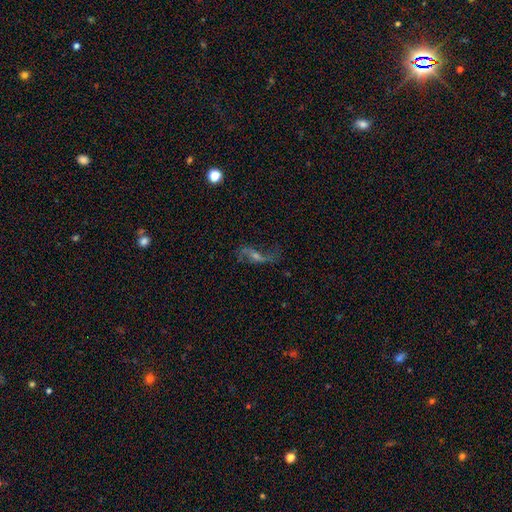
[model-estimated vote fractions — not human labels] This is likely a featured or disk galaxy (73%). It is clearly not viewed edge-on (87%). Bar: marginally no (43%). Spiral arm pattern: clearly yes (90%). Spiral arm count: clearly 2 (87%). Spiral winding: clearly loose (86%). Central bulge: possibly small (50%). Merging: likely none (63%).